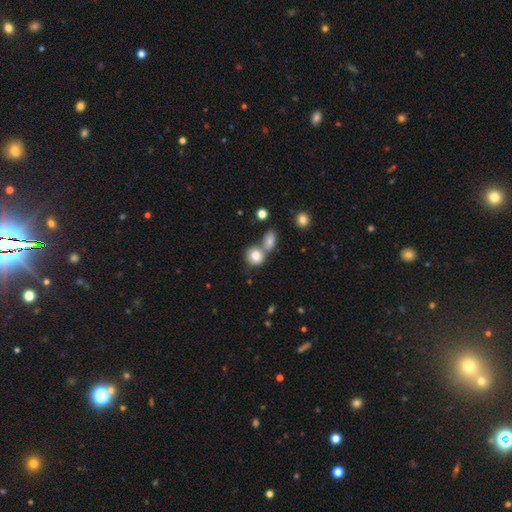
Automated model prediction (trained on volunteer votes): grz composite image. It shows a smooth galaxy with no disk features (82%) that is round (70%). Merging: merger (46%).